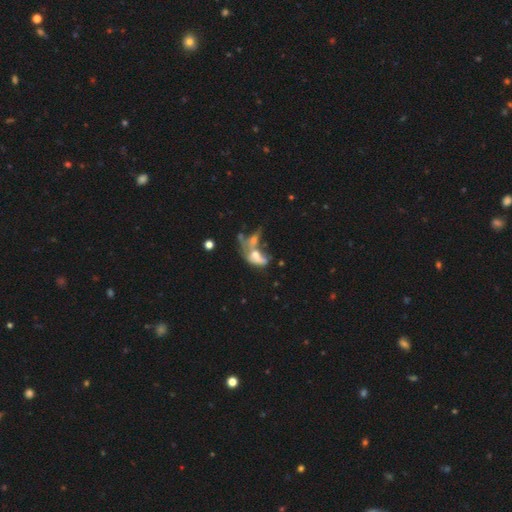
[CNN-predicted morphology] type=featured or disk (46%); merging=merger (57%).